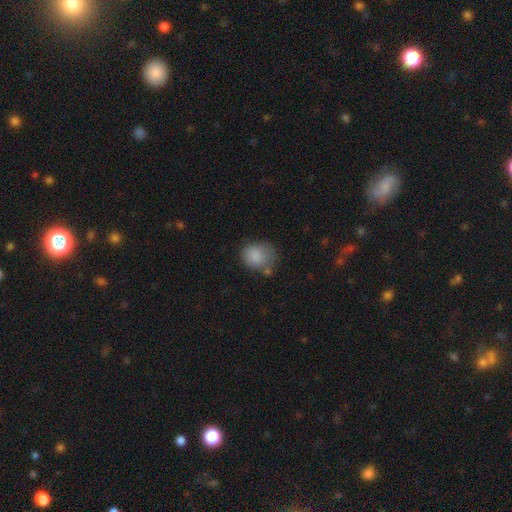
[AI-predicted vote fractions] The model was most divided on "merging": none: 48%, minor disturbance: 29%, major disturbance: 13%, merger: 11%. More confident: smooth or featured — smooth (84%); how rounded — round (59%).